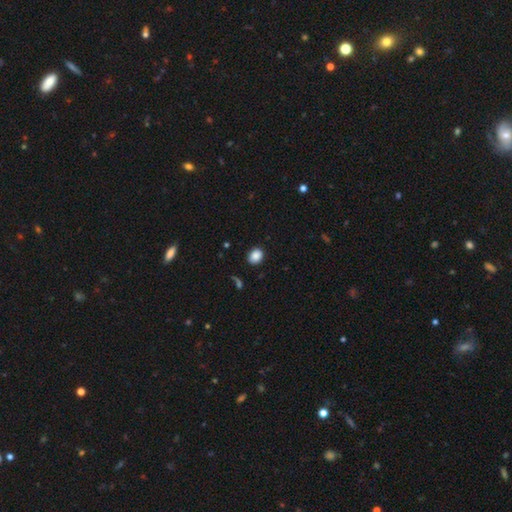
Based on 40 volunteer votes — This appears to be a smooth galaxy with no disk features (88%) that is in between round and cigar-shaped (51%). Merging: none (81%).